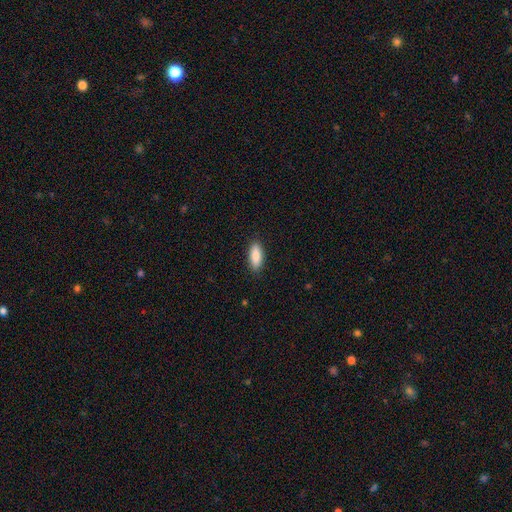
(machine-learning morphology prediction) A smooth galaxy with no disk features (86%) that is in between round and cigar-shaped (70%). Merging: none (89%).